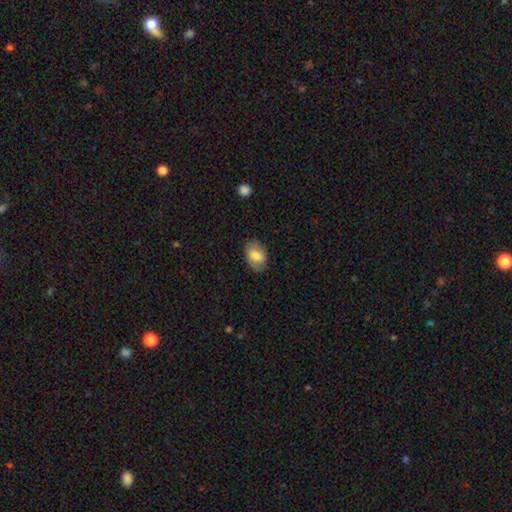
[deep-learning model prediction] Smooth or featured? smooth (75%)
How rounded? in between (85%)
Merging? none (81%)